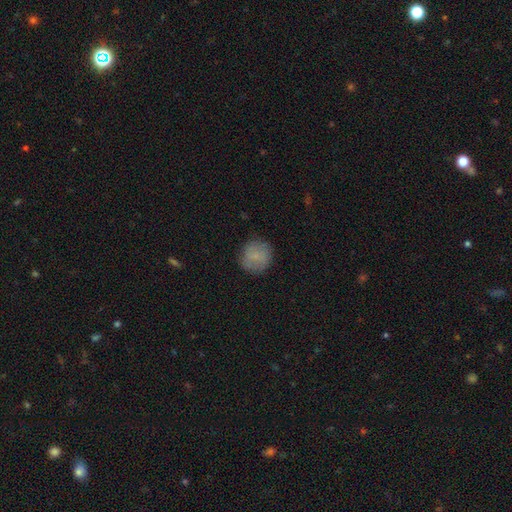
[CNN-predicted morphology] smooth_or_featured: smooth (p=0.80) [alt: featured or disk p=0.12]
how_rounded: round (p=0.90) [alt: in between p=0.08]
merging: none (p=0.83) [alt: minor disturbance p=0.12]